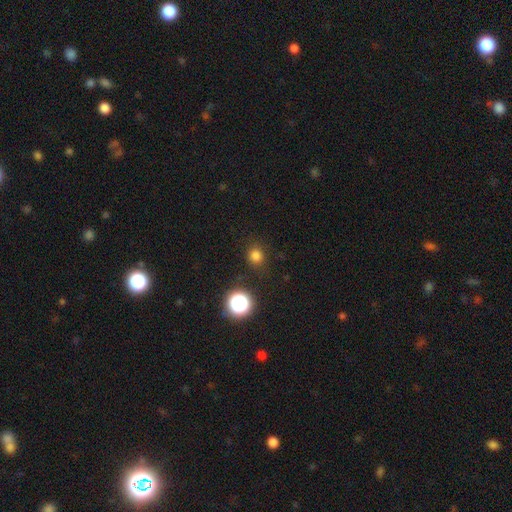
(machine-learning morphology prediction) Smooth or featured? smooth (78%)
How rounded? round (89%)
Merging? none (87%)